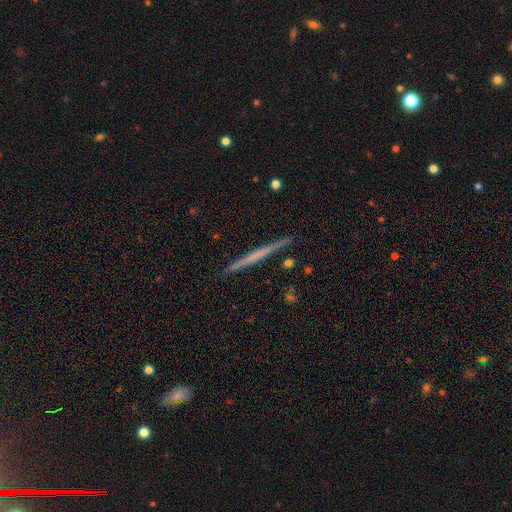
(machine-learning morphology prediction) A featured or disk galaxy (56%) viewed edge-on (98%) with no central bulge (88%).

Vote fractions:
- Smooth or featured? featured or disk: 56% / smooth: 38% / star or artifact: 6%
- Edge-on disk? yes: 98% / no: 2%
- Edge-on bulge? none: 88% / rounded: 8% / boxy: 4%
- Merging? none: 92% / minor disturbance: 6% / merger: 1% / major disturbance: 1%